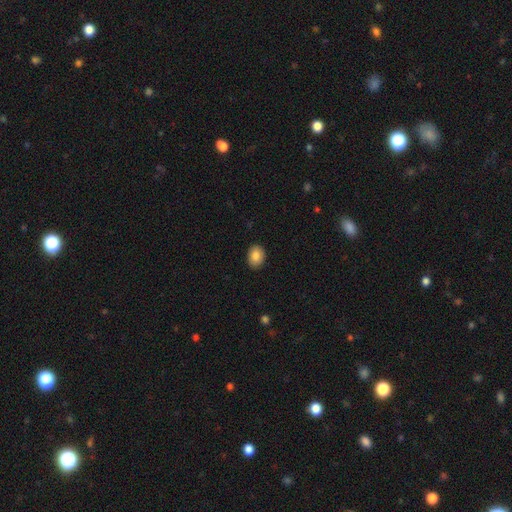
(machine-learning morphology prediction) Smooth or featured? Predicted: smooth (p=0.85). How rounded? Predicted: in between (p=0.67). Merging? Predicted: none (p=0.89).